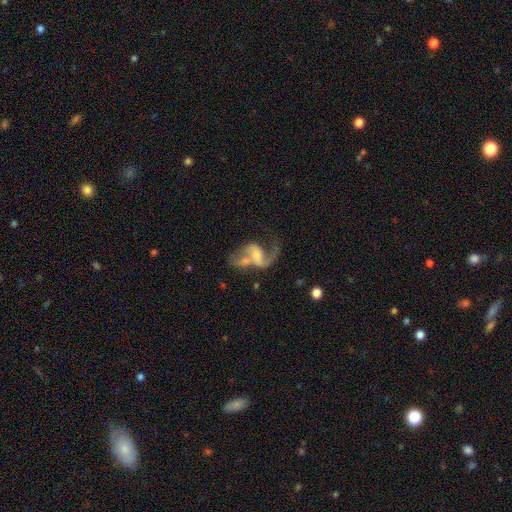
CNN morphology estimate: type=featured or disk (74%); edge-on=no (97%); bar=no (41%, tied with weak); spiral arms=yes (85%); winding=loose (67%); arm count=2 (55%); bulge=moderate (32%); merging=merger (39%).